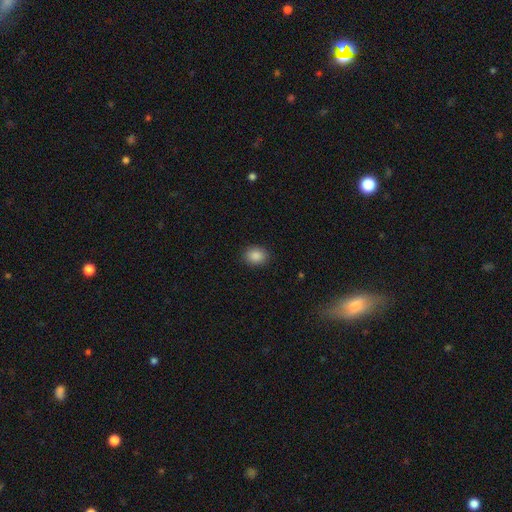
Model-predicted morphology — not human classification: smooth 88%, star or artifact 9%, featured or disk 3%. Down the decision tree: how rounded — in between (55%); merging — none (88%).